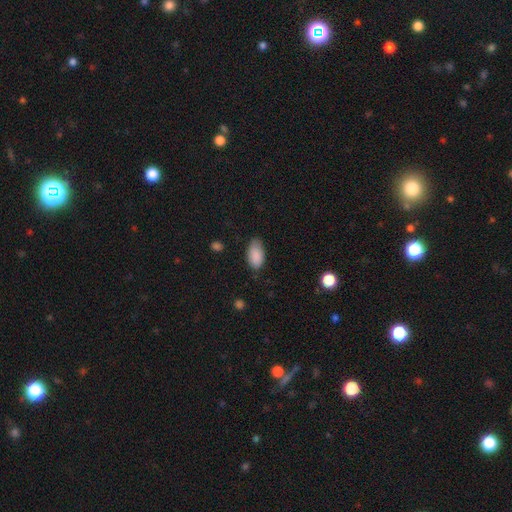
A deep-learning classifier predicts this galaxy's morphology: Smooth or featured?
  - smooth: 89% *
  - star or artifact: 7%
  - featured or disk: 4%
How rounded?
  - in between: 94% *
  - round: 4%
  - cigar-shaped: 2%
Merging?
  - none: 72% *
  - minor disturbance: 22%
  - major disturbance: 4%
  - merger: 1%